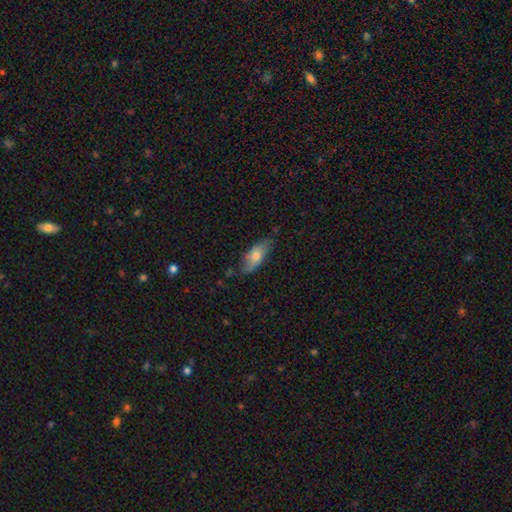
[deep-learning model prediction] The model was most divided on "smooth or featured": smooth: 67%, featured or disk: 27%, star or artifact: 6%. More confident: how rounded — in between (75%); merging — none (69%).